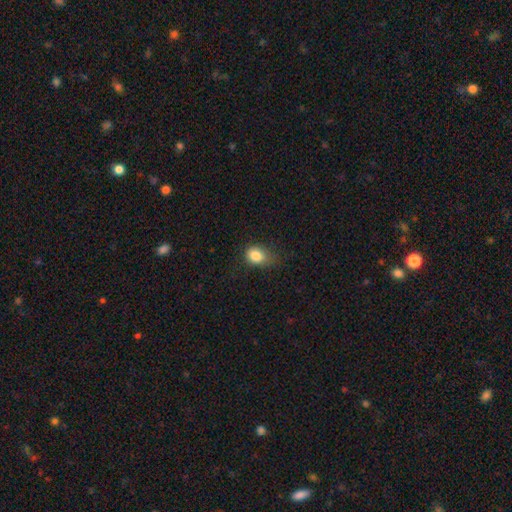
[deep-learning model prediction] A smooth galaxy with no disk features (84%) that is in between round and cigar-shaped (69%).

Vote fractions:
- Smooth or featured? smooth: 84% / star or artifact: 10% / featured or disk: 6%
- How rounded? in between: 69% / round: 29% / cigar-shaped: 1%
- Merging? none: 52% / minor disturbance: 34% / major disturbance: 12% / merger: 2%